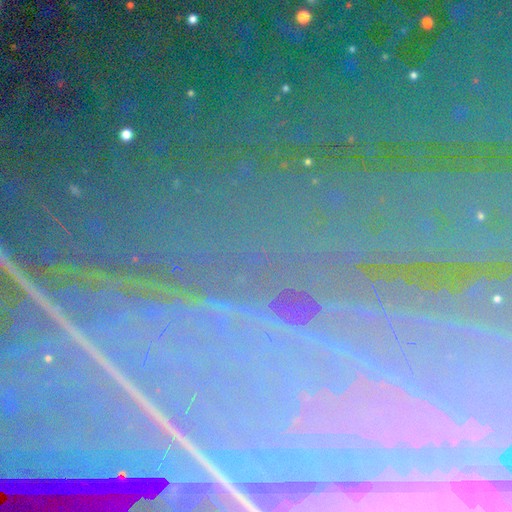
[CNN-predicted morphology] A star or artifact, not a galaxy (83%).